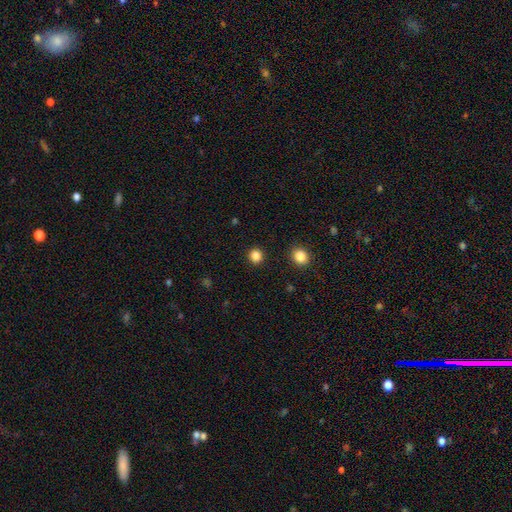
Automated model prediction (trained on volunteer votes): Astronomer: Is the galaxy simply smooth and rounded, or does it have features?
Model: smooth — 84%.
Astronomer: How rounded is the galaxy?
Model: round — 88%.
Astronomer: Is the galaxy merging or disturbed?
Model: none — 92%.